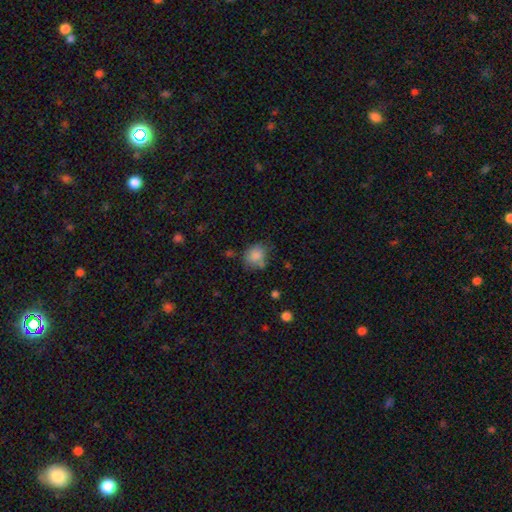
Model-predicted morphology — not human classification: smooth_or_featured: smooth (p=0.83) [alt: star or artifact p=0.09]
how_rounded: round (p=0.65) [alt: in between p=0.34]
merging: none (p=0.61) [alt: minor disturbance p=0.23]